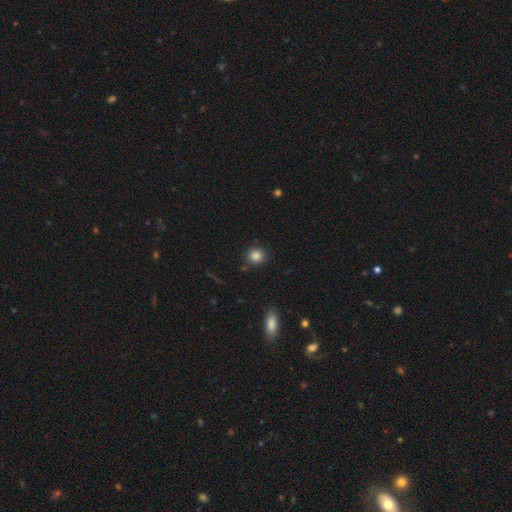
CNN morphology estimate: A smooth galaxy with no disk features (85%) that is round (86%). Merging: none (88%).